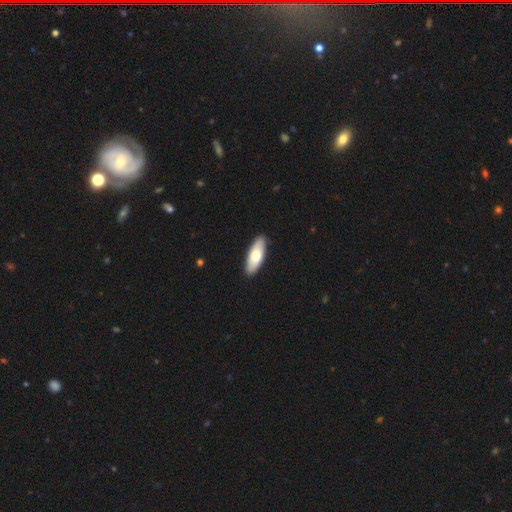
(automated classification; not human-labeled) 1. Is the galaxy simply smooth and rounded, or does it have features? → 70% smooth, 25% featured or disk, 5% star or artifact.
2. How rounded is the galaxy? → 71% in between, 27% cigar-shaped, 2% round.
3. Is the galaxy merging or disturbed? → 91% none, 7% minor disturbance, 1% major disturbance, 1% merger.